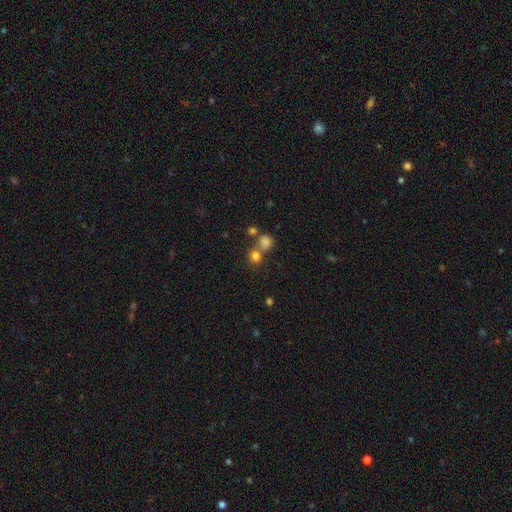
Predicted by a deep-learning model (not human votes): Smooth or featured? smooth (78%)
How rounded? round (87%)
Merging? none (57%)